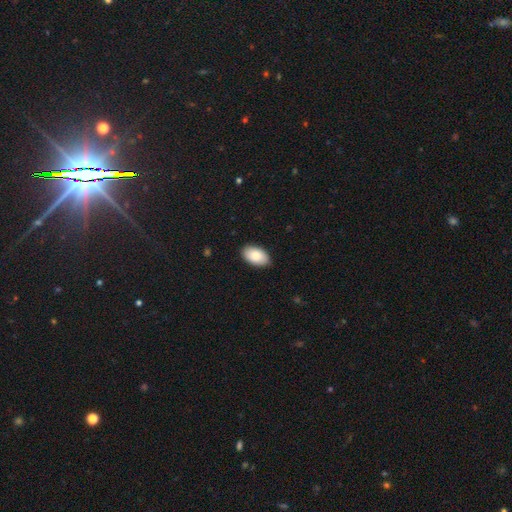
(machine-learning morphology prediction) This appears to be a smooth galaxy with no disk features (88%) that is in between round and cigar-shaped (95%). Merging: none (88%).